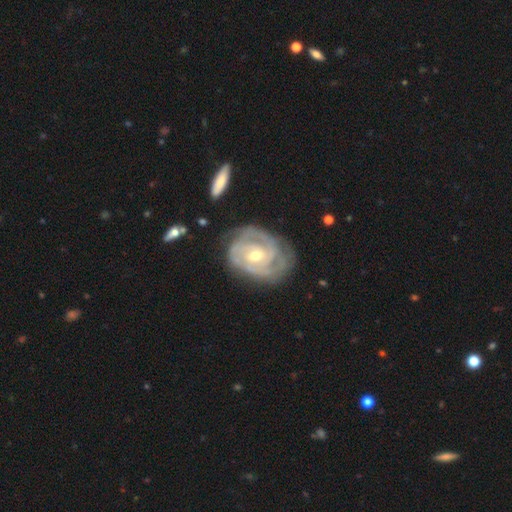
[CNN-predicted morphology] The model was most divided on "spiral arm count": 3: 30%, 2: 28%, can't tell: 24%, 4: 8%, 1: 5%, more than 4: 4%. More confident: edge-on disk — no (97%); spiral arms — yes (96%); smooth or featured — featured or disk (89%); spiral winding — tight (70%); merging — none (69%); bar — no (54%); bulge size — moderate (52%).